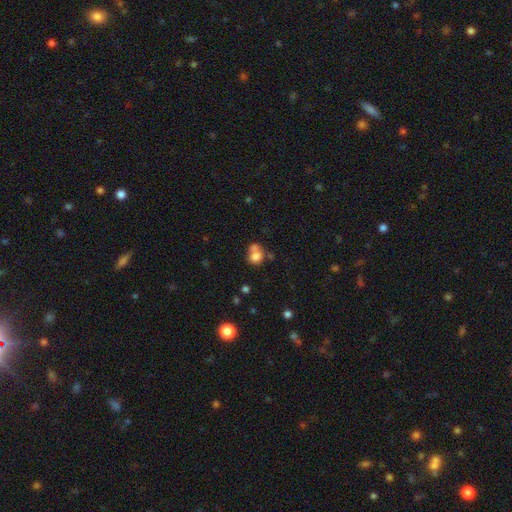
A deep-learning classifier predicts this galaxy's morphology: Overall: smooth (75%). How rounded: round (66%; in between 33%). Merging: merger (52%; none 33%).